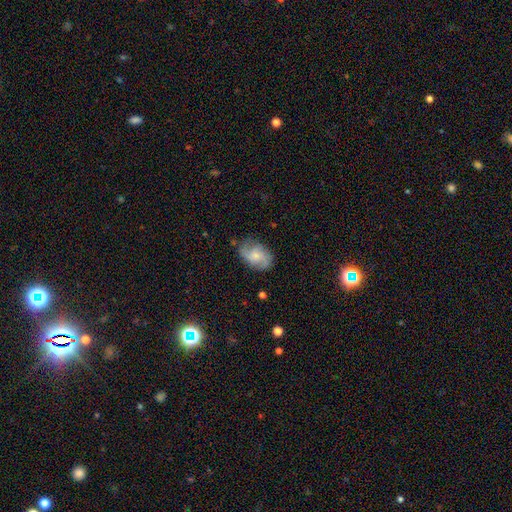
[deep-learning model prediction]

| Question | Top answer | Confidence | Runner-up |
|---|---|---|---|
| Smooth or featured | featured or disk | 64% | smooth (28%) |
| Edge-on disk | no | 97% | yes (3%) |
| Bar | no | 64% | weak (32%) |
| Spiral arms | yes | 93% | no (7%) |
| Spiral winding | medium | 44% | loose (38%) |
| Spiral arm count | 2 | 69% | 3 (12%) |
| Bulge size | small | 50% | moderate (36%) |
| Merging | none | 72% | minor disturbance (20%) |